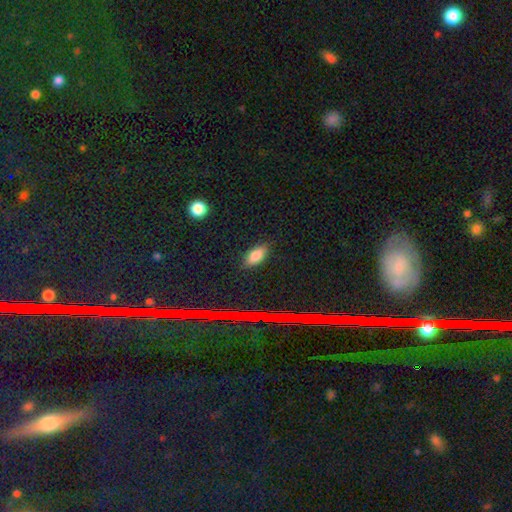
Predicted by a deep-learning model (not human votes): Morphology: type=smooth (81%); roundness=in between (86%); merging=none (85%).